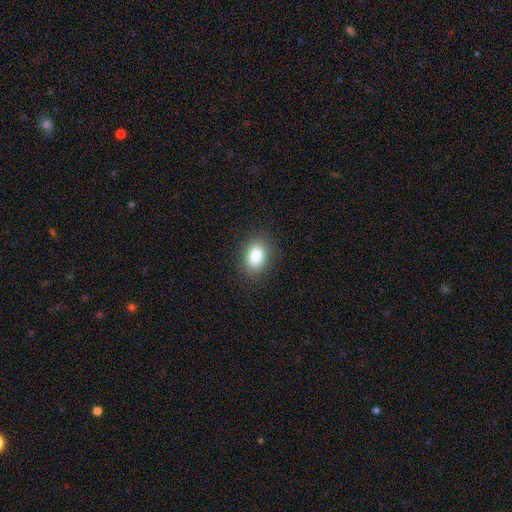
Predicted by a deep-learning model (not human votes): Q: Smooth or featured?
A: smooth (85%); runner-up: star or artifact (9%)
Q: How rounded?
A: in between (77%); runner-up: round (22%)
Q: Merging?
A: none (87%); runner-up: minor disturbance (9%)